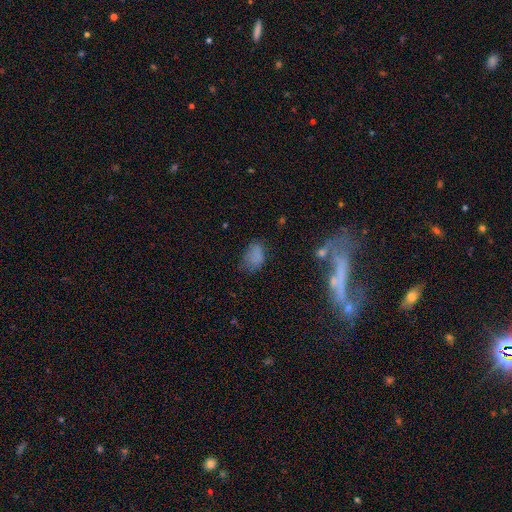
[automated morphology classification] The model was most divided on "merging": none: 52%, minor disturbance: 29%, major disturbance: 15%, merger: 4%. More confident: how rounded — in between (82%); smooth or featured — smooth (75%).